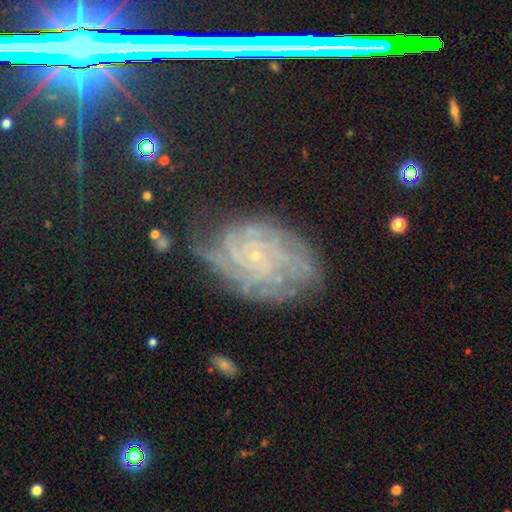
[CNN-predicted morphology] A featured or disk galaxy (79%) with no bar (76%), tight (75%) spiral arms (96%) and a small central bulge (89%). Merging: none (66%).